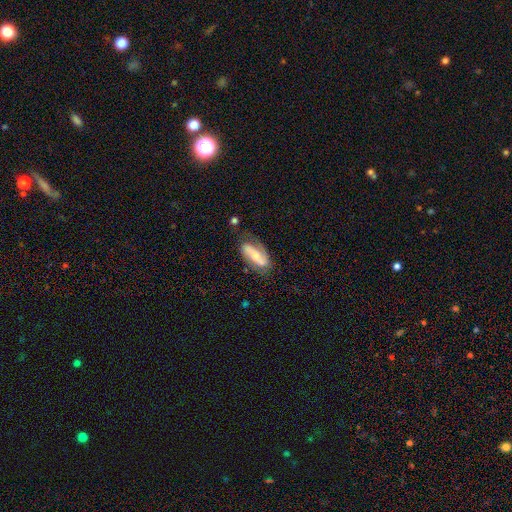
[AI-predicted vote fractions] Q: Smooth or featured?
A: featured or disk (68%); runner-up: smooth (26%)
Q: Edge-on disk?
A: no (89%); runner-up: yes (11%)
Q: Bar?
A: strong (39%); runner-up: no (34%)
Q: Spiral arms?
A: yes (85%); runner-up: no (15%)
Q: Spiral winding?
A: medium (38%); runner-up: loose (37%)
Q: Spiral arm count?
A: 2 (82%); runner-up: can't tell (9%)
Q: Bulge size?
A: moderate (52%); runner-up: small (39%)
Q: Merging?
A: none (66%); runner-up: minor disturbance (22%)